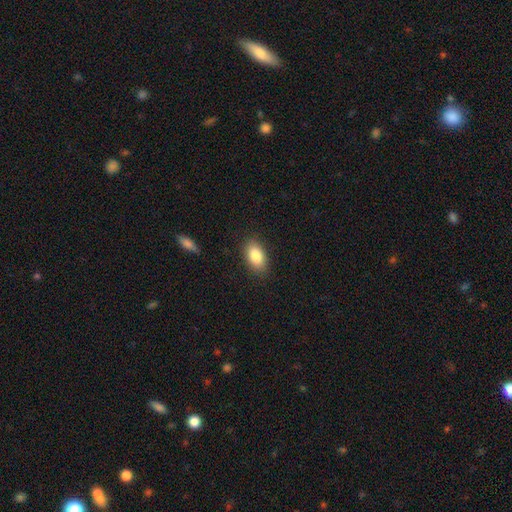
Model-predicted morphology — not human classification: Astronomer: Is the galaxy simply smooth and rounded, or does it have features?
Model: smooth — 86%.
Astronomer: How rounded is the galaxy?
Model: in between — 92%.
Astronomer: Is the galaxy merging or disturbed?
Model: none — 87%.